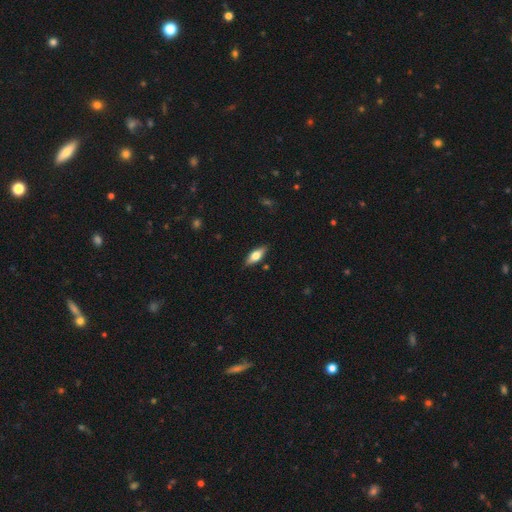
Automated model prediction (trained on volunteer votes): Smooth or featured?
  - smooth: 61% *
  - featured or disk: 32%
  - star or artifact: 6%
How rounded?
  - in between: 69% *
  - cigar-shaped: 28%
  - round: 3%
Merging?
  - none: 86% *
  - minor disturbance: 11%
  - major disturbance: 2%
  - merger: 1%